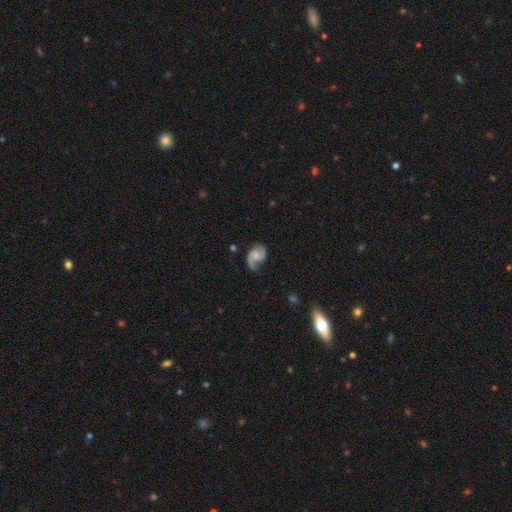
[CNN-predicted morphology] A featured or disk galaxy (70%) with no bar (60%), 2 (71%) medium (44%) spiral arms (93%) and a small central bulge (37%).

Vote fractions:
- Smooth or featured? featured or disk: 70% / smooth: 23% / star or artifact: 7%
- Edge-on disk? no: 98% / yes: 2%
- Bar? no: 60% / weak: 34% / strong: 6%
- Spiral arms? yes: 93% / no: 7%
- Spiral winding? medium: 44% / loose: 35% / tight: 20%
- Spiral arm count? 2: 71% / 1: 20% / can't tell: 6% / 3: 1% / 4: 1% / more than 4: 1%
- Bulge size? small: 37% / moderate: 29% / none: 26% / large: 6% / dominant: 2%
- Merging? none: 53% / minor disturbance: 27% / major disturbance: 16% / merger: 3%